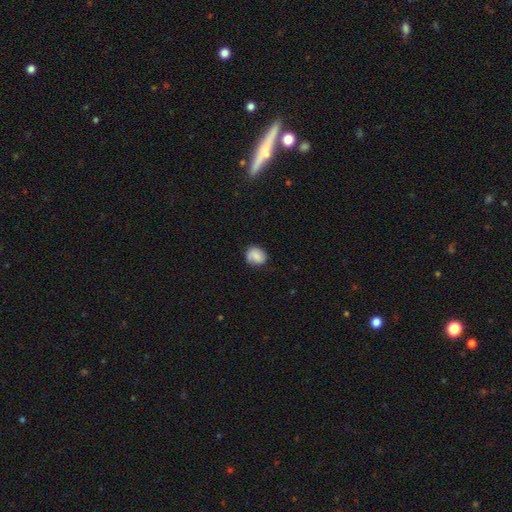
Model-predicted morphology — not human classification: smooth-or-featured: smooth: 77% | featured or disk: 15% | star or artifact: 8%
  how-rounded: round: 65% | in between: 34% | cigar-shaped: 1%
  merging: none: 76% | minor disturbance: 18% | major disturbance: 4% | merger: 1%